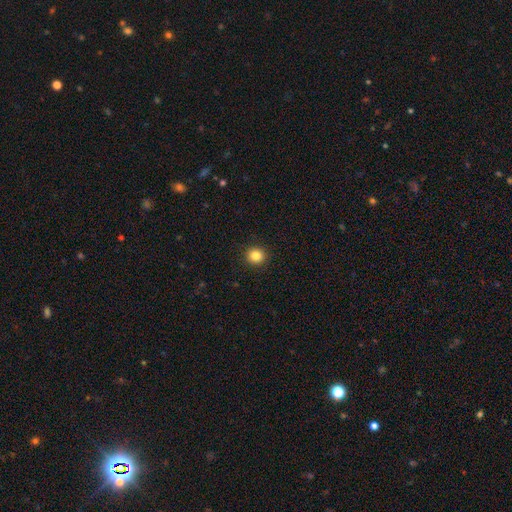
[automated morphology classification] A smooth galaxy with no disk features (85%) that is round (90%). Merging: none (92%).